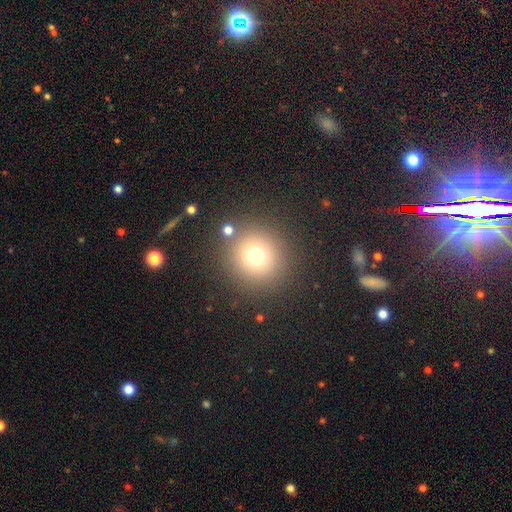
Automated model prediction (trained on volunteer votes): The model was most divided on "smooth or featured": smooth: 71%, star or artifact: 19%, featured or disk: 9%. More confident: how rounded — round (94%); merging — none (85%).